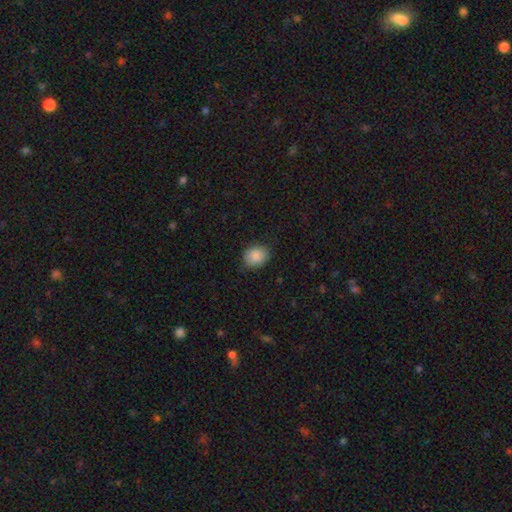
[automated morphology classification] A smooth galaxy with no disk features (88%) that is round (55%). Merging: none (83%).